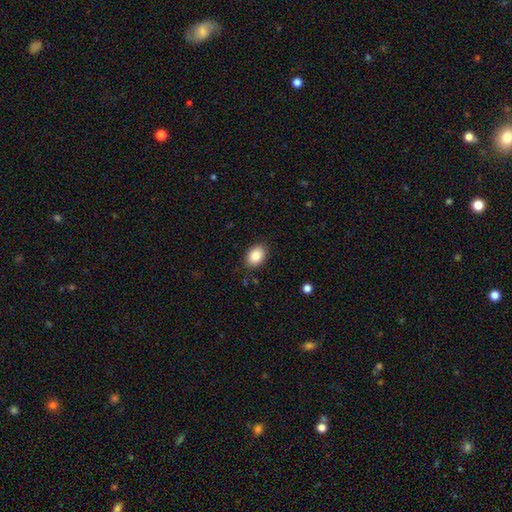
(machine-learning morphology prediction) The model was most divided on "how rounded": in between: 79%, round: 20%, cigar-shaped: 1%. More confident: merging — none (88%); smooth or featured — smooth (87%).